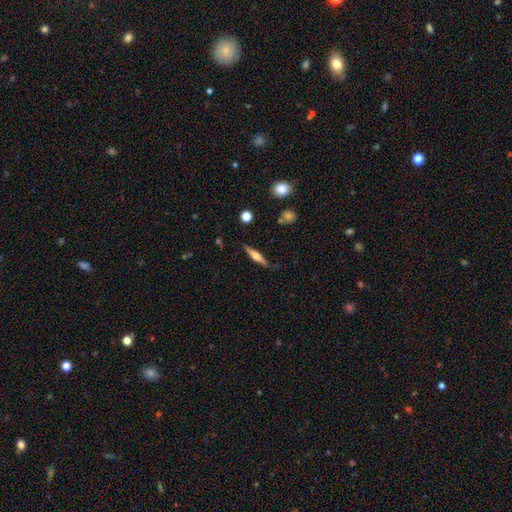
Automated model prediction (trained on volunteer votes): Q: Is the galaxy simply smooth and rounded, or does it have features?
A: featured or disk — 61%.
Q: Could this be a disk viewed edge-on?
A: yes — 96%.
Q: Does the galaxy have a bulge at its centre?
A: rounded — 84%.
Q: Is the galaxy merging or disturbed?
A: none — 85%.